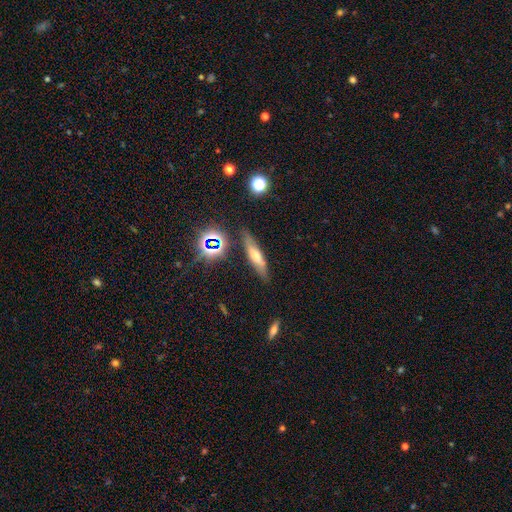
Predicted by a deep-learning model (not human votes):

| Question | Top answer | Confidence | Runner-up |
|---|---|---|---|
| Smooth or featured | smooth | 45% | featured or disk (39%) |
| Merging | none | 82% | minor disturbance (12%) |